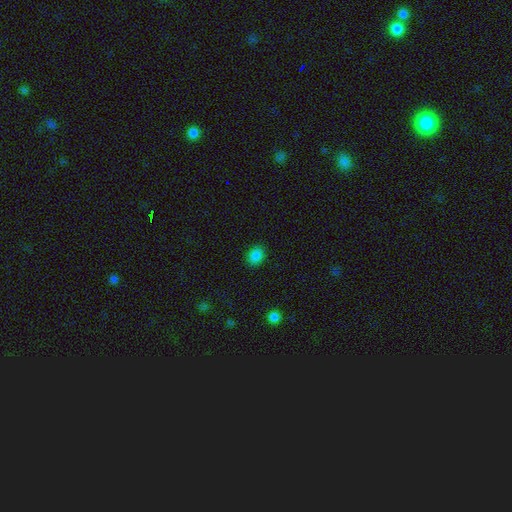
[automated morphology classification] This is clearly a smooth galaxy (84%). How rounded: possibly round (54%). Merging: clearly none (88%).